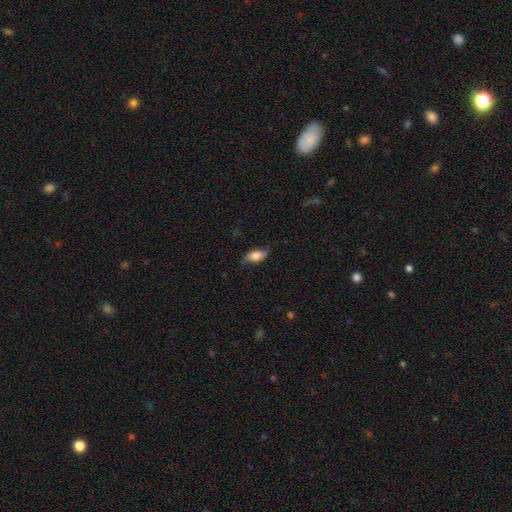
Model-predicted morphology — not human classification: type=smooth (73%); roundness=in between (86%); merging=none (74%).